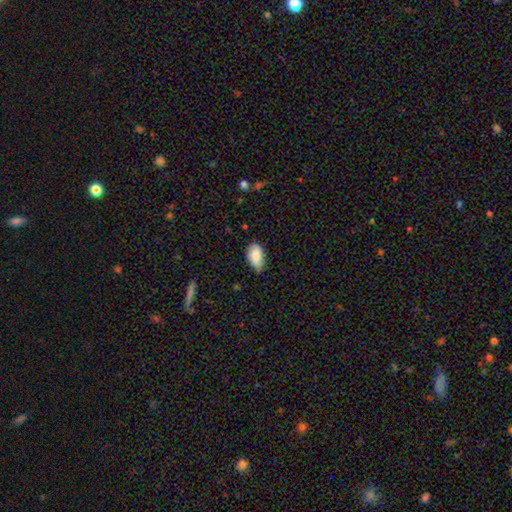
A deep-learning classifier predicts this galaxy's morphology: smooth_or_featured: smooth (p=0.83) [alt: featured or disk p=0.10]
how_rounded: in between (p=0.93) [alt: round p=0.05]
merging: none (p=0.66) [alt: minor disturbance p=0.29]